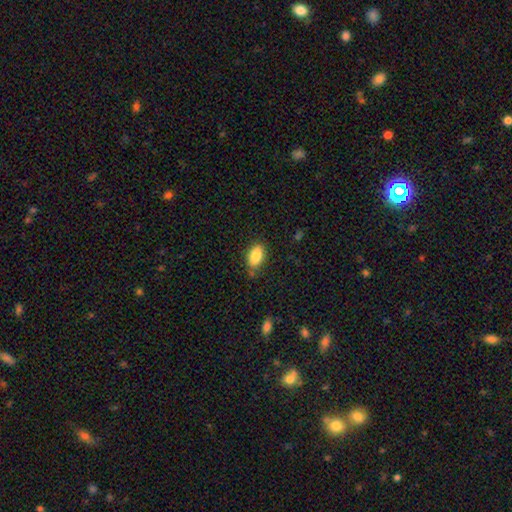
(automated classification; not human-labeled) Overall: smooth (86%). How rounded: in between (92%). Merging: none (77%).